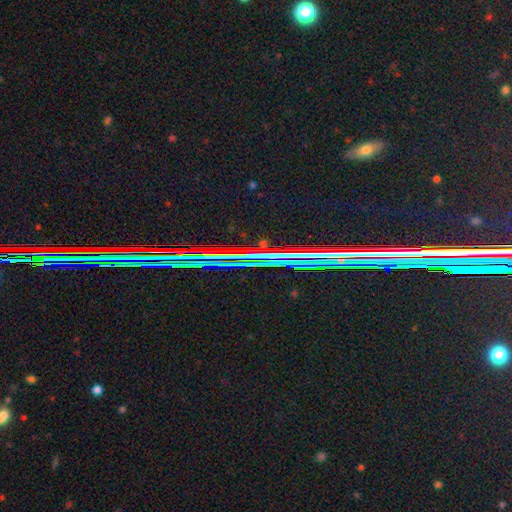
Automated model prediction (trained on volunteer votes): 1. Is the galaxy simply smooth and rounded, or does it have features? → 85% star or artifact, 8% featured or disk, 7% smooth.